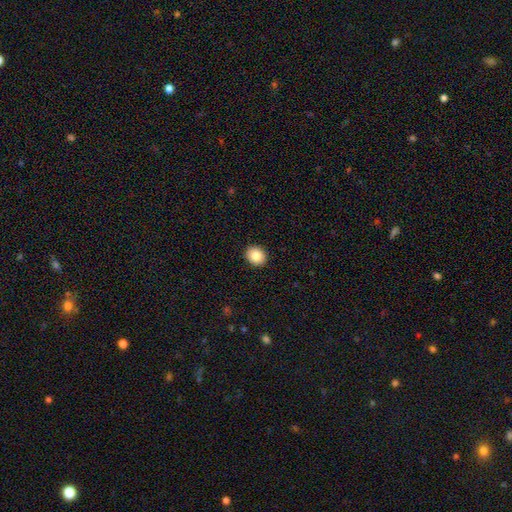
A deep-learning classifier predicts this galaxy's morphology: Smooth or featured?
  - smooth: 84% *
  - star or artifact: 9%
  - featured or disk: 8%
How rounded?
  - round: 78% *
  - in between: 21%
  - cigar-shaped: 1%
Merging?
  - none: 93% *
  - minor disturbance: 5%
  - major disturbance: 1%
  - merger: 1%